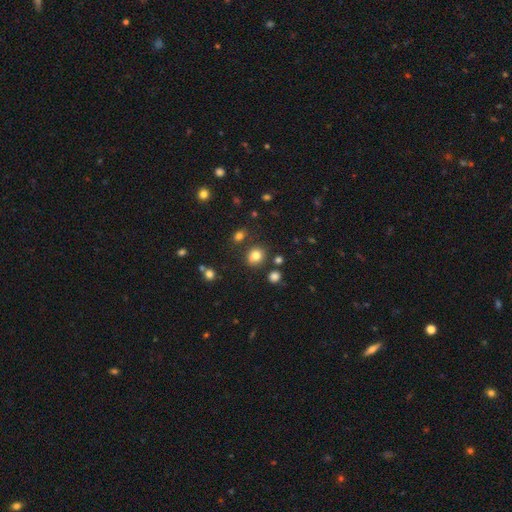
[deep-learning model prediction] The model was most divided on "how rounded": round: 77%, in between: 22%, cigar-shaped: 1%. More confident: smooth or featured — smooth (80%); merging — none (79%).